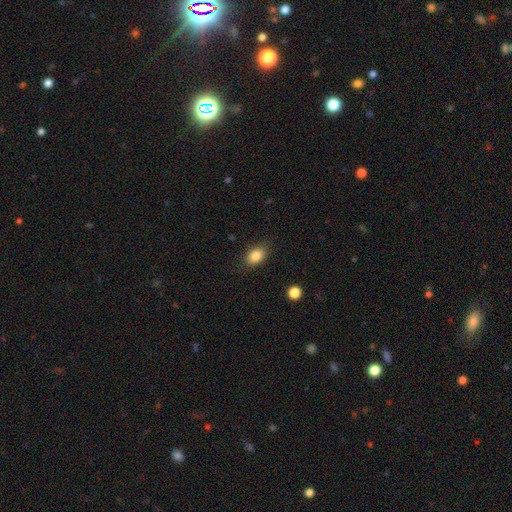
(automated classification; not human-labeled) Overall: smooth (85%). How rounded: in between (77%). Merging: none (82%).